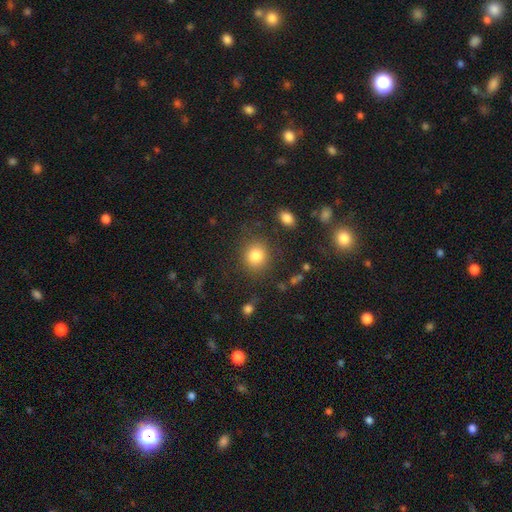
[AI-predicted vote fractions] A smooth galaxy with no disk features (83%) that is round (82%).

Vote fractions:
- Smooth or featured? smooth: 83% / star or artifact: 10% / featured or disk: 6%
- How rounded? round: 82% / in between: 17% / cigar-shaped: 1%
- Merging? none: 83% / minor disturbance: 10% / major disturbance: 4% / merger: 2%